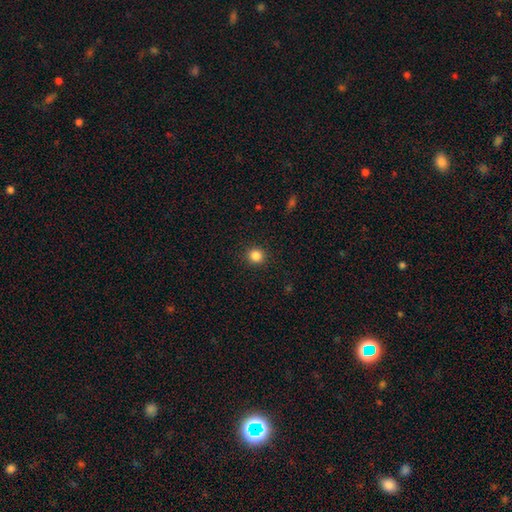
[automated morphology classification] type=smooth (85%); roundness=round (92%); merging=none (92%).